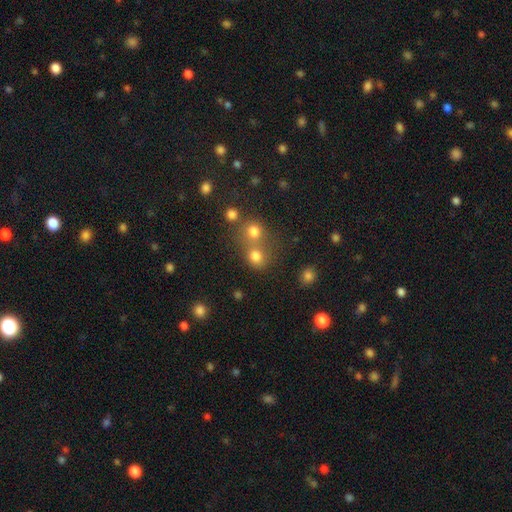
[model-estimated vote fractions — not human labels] This is likely a smooth galaxy (77%). How rounded: clearly round (80%). Merging: possibly none (48%).